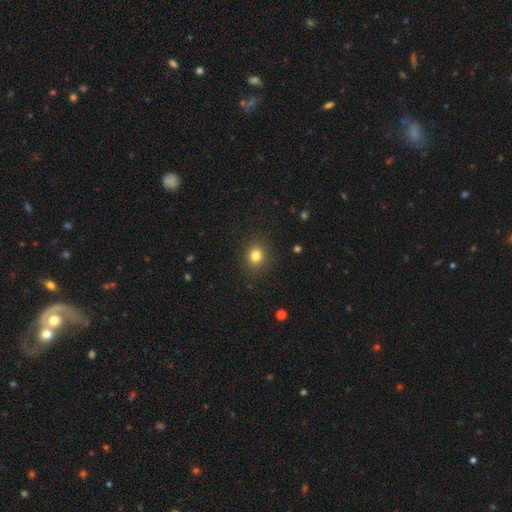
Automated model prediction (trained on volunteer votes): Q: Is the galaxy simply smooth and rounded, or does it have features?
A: smooth — 81%.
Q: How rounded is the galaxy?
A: round — 75%.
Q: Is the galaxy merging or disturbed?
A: none — 88%.